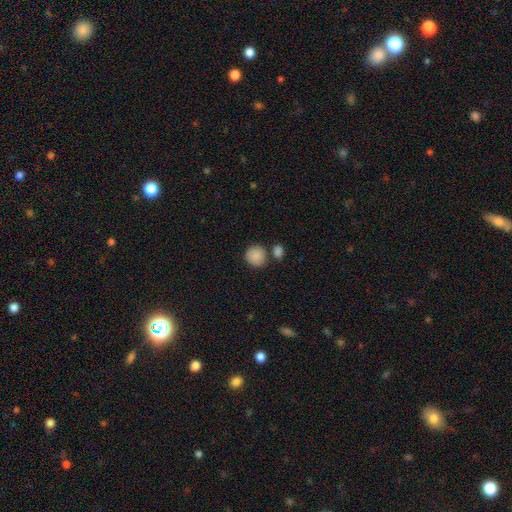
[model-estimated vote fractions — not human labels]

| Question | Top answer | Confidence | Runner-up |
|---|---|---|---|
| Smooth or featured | smooth | 88% | star or artifact (8%) |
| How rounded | round | 88% | in between (11%) |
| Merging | none | 70% | merger (16%) |